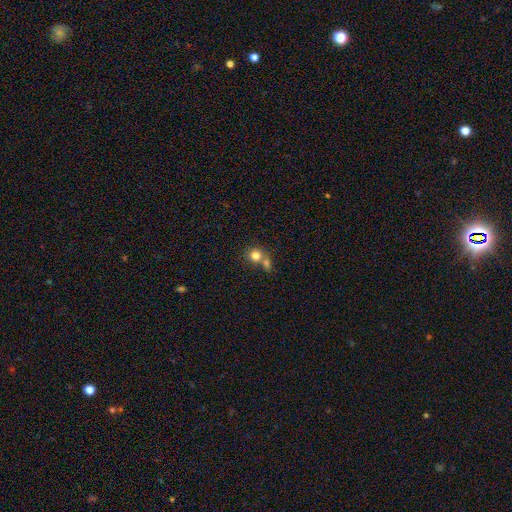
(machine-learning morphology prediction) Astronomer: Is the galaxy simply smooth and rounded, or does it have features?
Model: smooth — 79%.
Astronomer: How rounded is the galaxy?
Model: round — 83%.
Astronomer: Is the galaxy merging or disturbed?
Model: merger — 49% (runner-up: none, 41%).